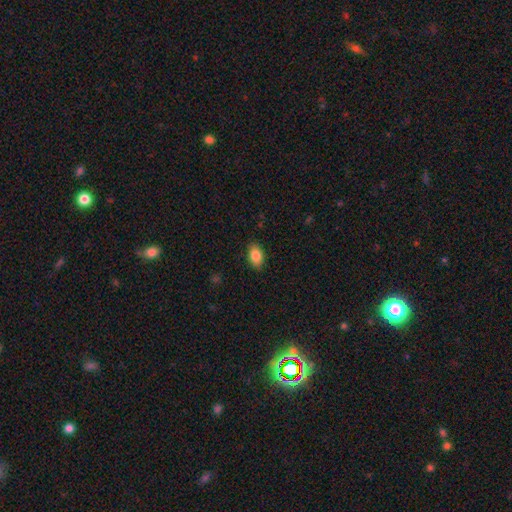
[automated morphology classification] Smooth or featured?
  - smooth: 86% *
  - star or artifact: 8%
  - featured or disk: 6%
How rounded?
  - in between: 88% *
  - round: 10%
  - cigar-shaped: 2%
Merging?
  - none: 87% *
  - minor disturbance: 10%
  - major disturbance: 2%
  - merger: 1%